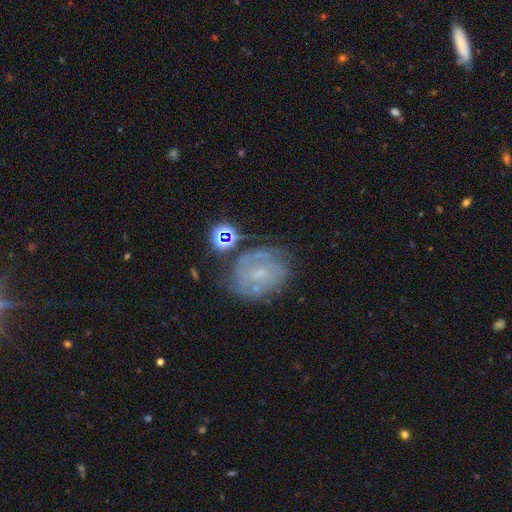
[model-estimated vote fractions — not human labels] A featured or disk galaxy (63%) with no bar (60%), spiral arms (78%) and a small central bulge (69%). Merging: none (62%).